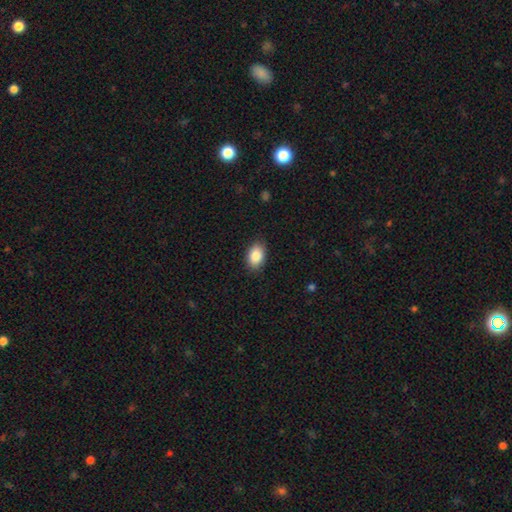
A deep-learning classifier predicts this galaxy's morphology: Smooth or featured: smooth — 86% (star or artifact — 7%)
How rounded: in between — 88% (round — 11%)
Merging: none — 87% (minor disturbance — 10%)